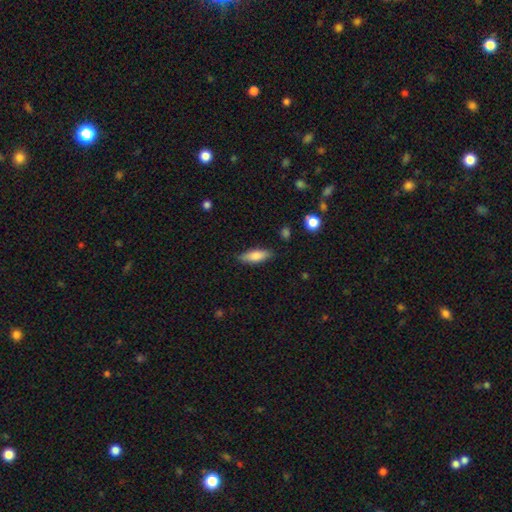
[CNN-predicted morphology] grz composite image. It shows a smooth galaxy with no disk features (76%) that is in between round and cigar-shaped (59%). Merging: none (83%).